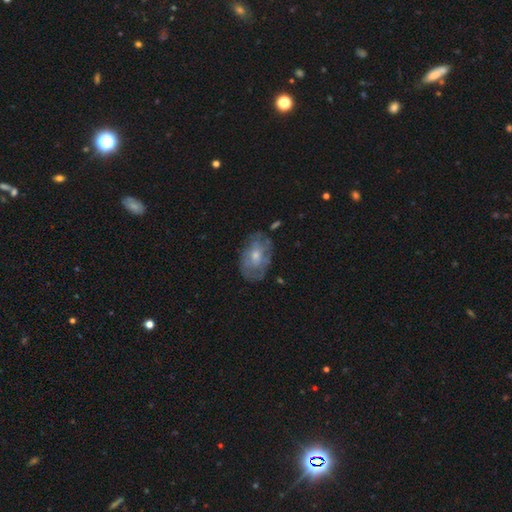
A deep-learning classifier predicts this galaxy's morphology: Smooth or featured?
  - featured or disk: 57% *
  - smooth: 33%
  - star or artifact: 10%
Edge-on disk?
  - no: 95% *
  - yes: 5%
Bar?
  - no: 74% *
  - weak: 23%
  - strong: 3%
Spiral arms?
  - yes: 56% *
  - no: 44%
Bulge size?
  - moderate: 53% *
  - small: 40%
  - large: 3%
  - none: 3%
  - dominant: 1%
Merging?
  - none: 70% *
  - minor disturbance: 20%
  - major disturbance: 8%
  - merger: 2%